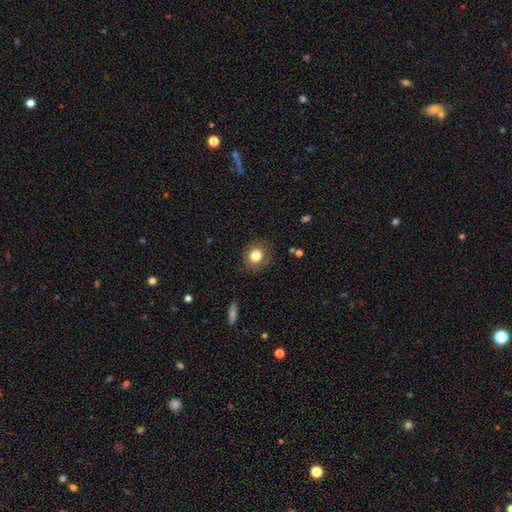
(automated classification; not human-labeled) smooth_or_featured: smooth (p=0.81) [alt: star or artifact p=0.10]
how_rounded: round (p=0.85) [alt: in between p=0.14]
merging: none (p=0.85) [alt: minor disturbance p=0.11]